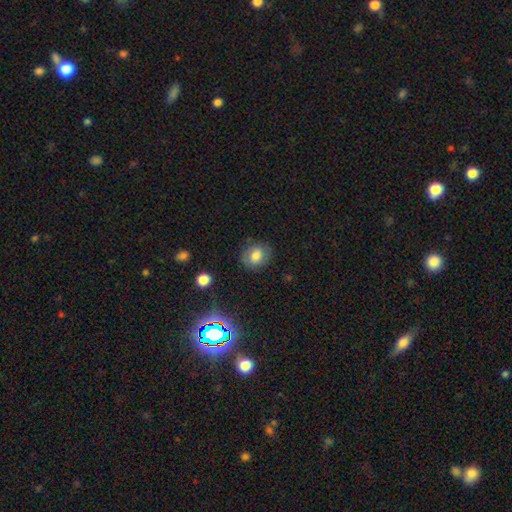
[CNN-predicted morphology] Smooth or featured? Predicted: smooth (p=0.73). How rounded? Predicted: round (p=0.60). Merging? Predicted: none (p=0.80).